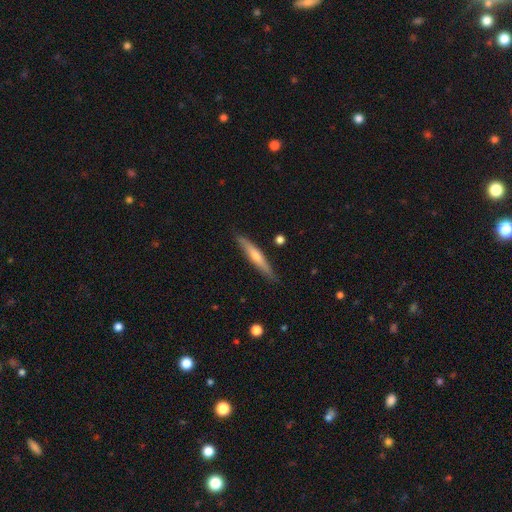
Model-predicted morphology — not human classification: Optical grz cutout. It shows a featured or disk galaxy (48%). Merging: none (87%).